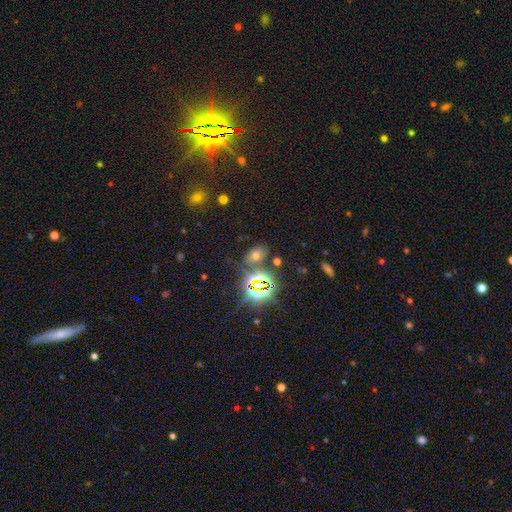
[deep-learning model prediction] A smooth galaxy with no disk features (49%). Merging: none (75%).